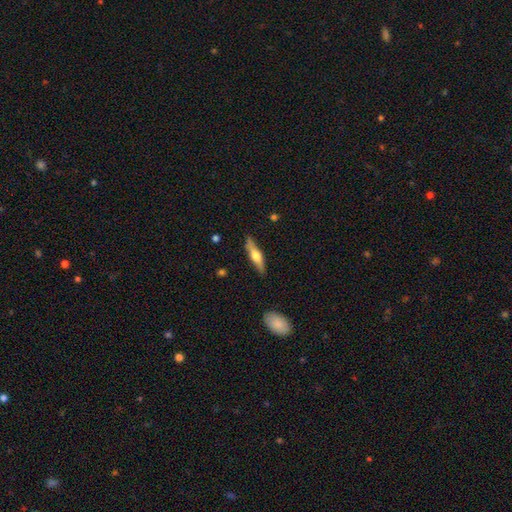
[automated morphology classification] Smooth or featured: featured or disk — 52% (smooth — 43%)
Edge-on disk: yes — 93% (no — 7%)
Merging: none — 85% (minor disturbance — 11%)